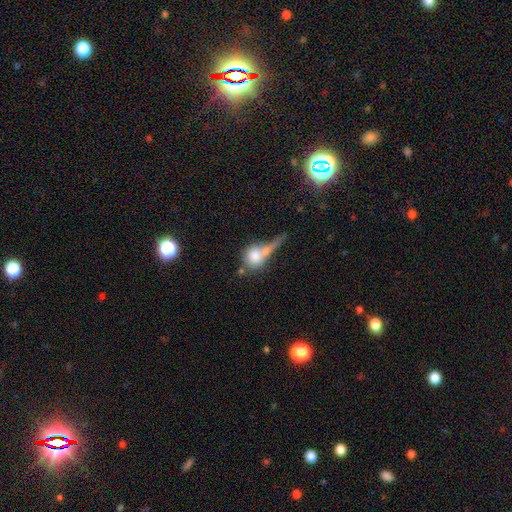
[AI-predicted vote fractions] The model was most divided on "merging": merger: 39%, none: 29%, major disturbance: 17%, minor disturbance: 15%. More confident: smooth or featured — smooth (68%); how rounded — round (67%).